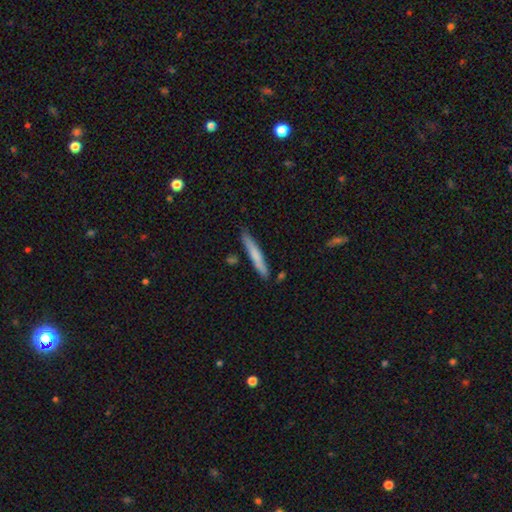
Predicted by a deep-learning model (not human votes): Smooth or featured: smooth — 66% (featured or disk — 28%)
How rounded: cigar-shaped — 95% (in between — 4%)
Merging: none — 85% (minor disturbance — 11%)